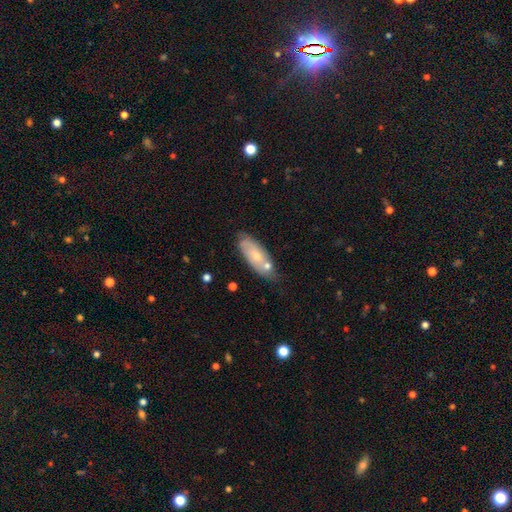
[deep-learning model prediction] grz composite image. It shows a smooth galaxy with no disk features (58%) that is in between round and cigar-shaped (72%). Merging: none (61%).